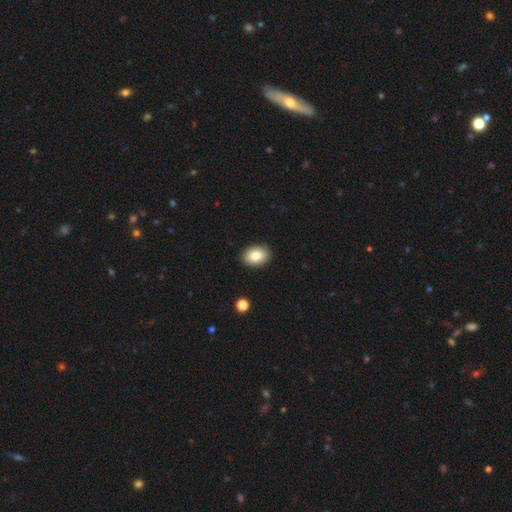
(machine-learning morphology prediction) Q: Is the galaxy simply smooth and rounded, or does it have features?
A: smooth — 83%.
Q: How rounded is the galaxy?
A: in between — 77%.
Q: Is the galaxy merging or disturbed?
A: none — 89%.